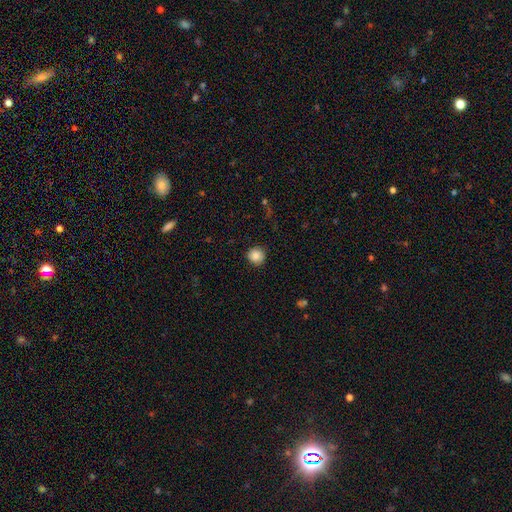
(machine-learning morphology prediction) The model was most divided on "smooth or featured": smooth: 85%, star or artifact: 9%, featured or disk: 6%. More confident: how rounded — round (93%); merging — none (88%).